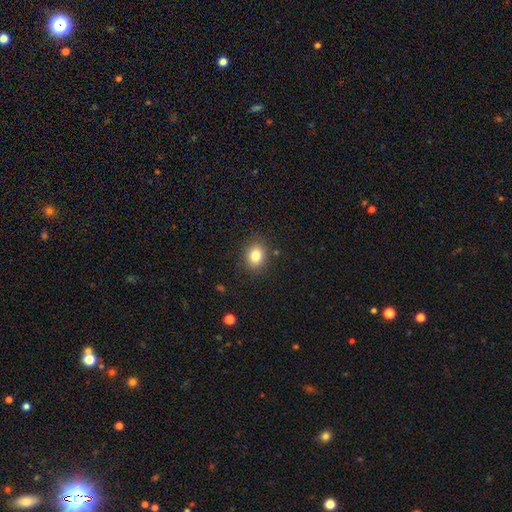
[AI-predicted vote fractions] smooth 82%, star or artifact 11%, featured or disk 7%. Down the decision tree: how rounded — round (61%); merging — none (86%).